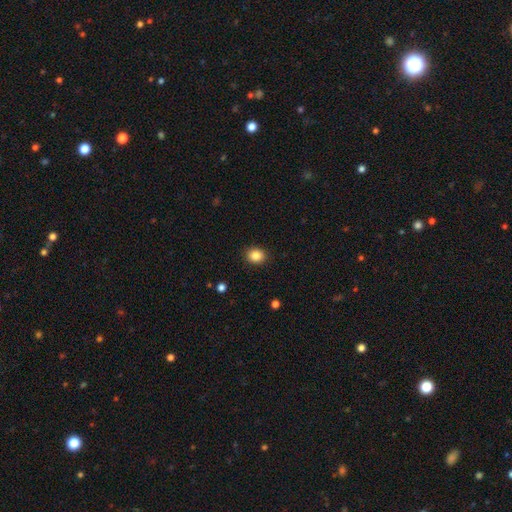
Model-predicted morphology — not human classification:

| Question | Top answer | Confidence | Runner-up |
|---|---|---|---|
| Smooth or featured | smooth | 86% | star or artifact (10%) |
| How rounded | round | 65% | in between (34%) |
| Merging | none | 90% | minor disturbance (7%) |